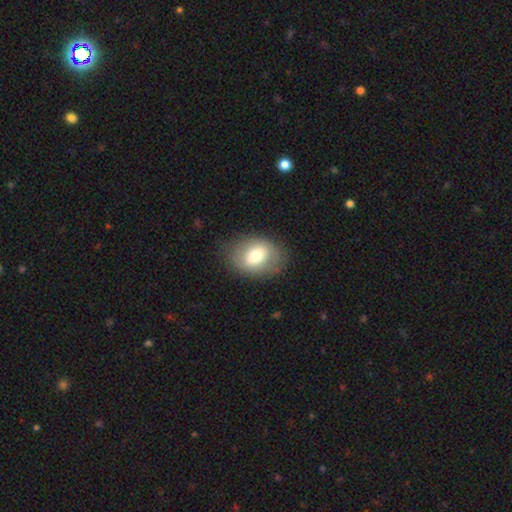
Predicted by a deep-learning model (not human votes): smooth 68%, featured or disk 24%, star or artifact 8%. Down the decision tree: how rounded — in between (68%); merging — none (80%).